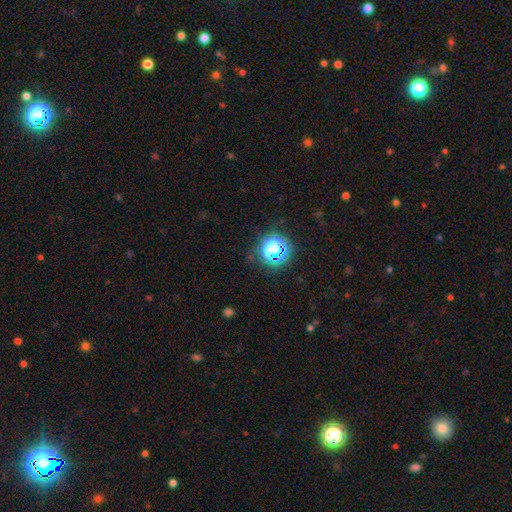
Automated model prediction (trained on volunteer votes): smooth_or_featured: star or artifact (p=0.73) [alt: smooth p=0.20]